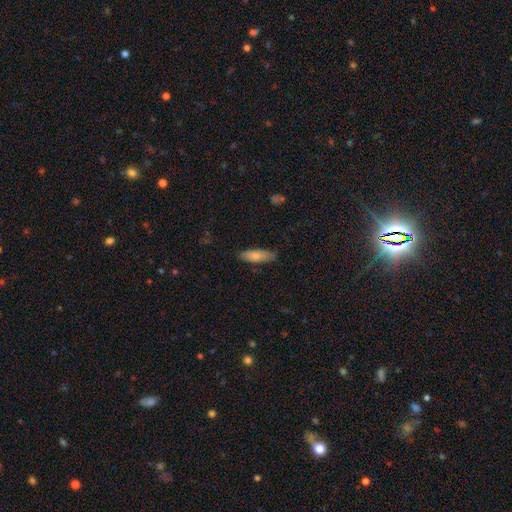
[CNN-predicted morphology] smooth 76%, featured or disk 18%, star or artifact 6%. Down the decision tree: how rounded — in between (54%); merging — none (80%).